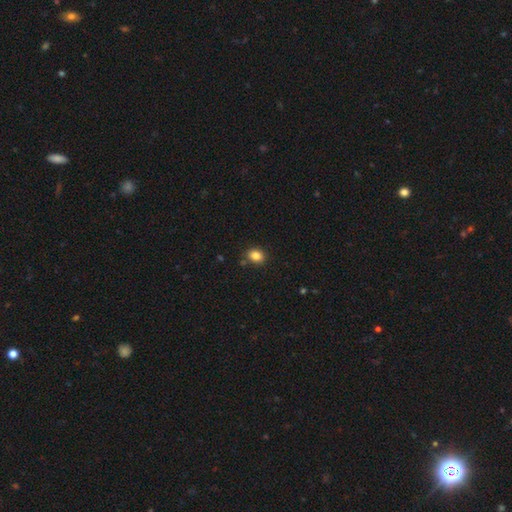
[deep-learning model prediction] The model was most divided on "how rounded": in between: 53%, round: 46%, cigar-shaped: 1%. More confident: smooth or featured — smooth (85%); merging — none (84%).